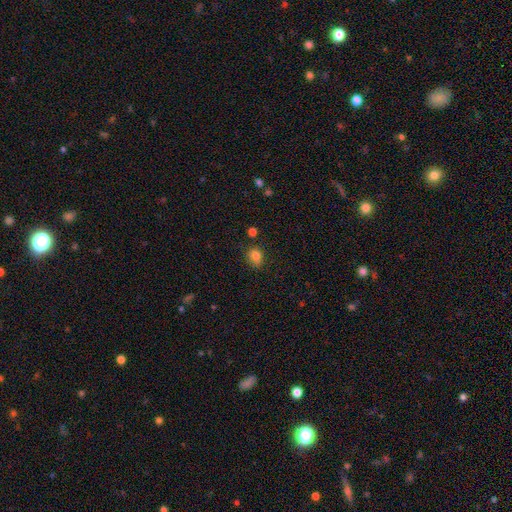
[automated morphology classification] Smooth or featured? smooth (80%)
How rounded? round (53%)
Merging? none (71%)